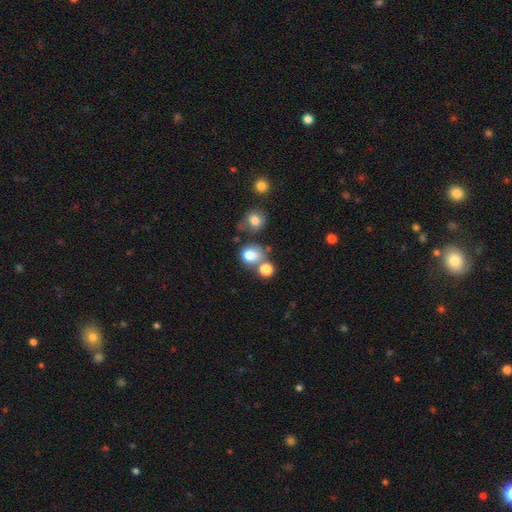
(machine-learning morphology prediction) smooth_or_featured: smooth (p=0.77) [alt: star or artifact p=0.14]
how_rounded: round (p=0.76) [alt: in between p=0.23]
merging: none (p=0.54) [alt: merger p=0.27]